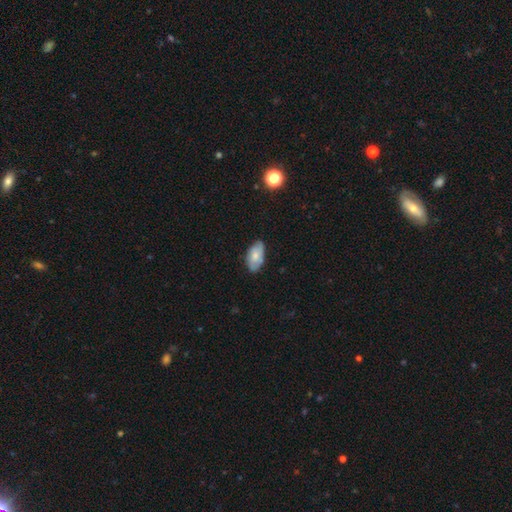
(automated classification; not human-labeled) A smooth galaxy with no disk features (63%) that is in between round and cigar-shaped (94%).

Vote fractions:
- Smooth or featured? smooth: 63% / featured or disk: 30% / star or artifact: 7%
- How rounded? in between: 94% / round: 4% / cigar-shaped: 2%
- Merging? none: 71% / minor disturbance: 24% / major disturbance: 4% / merger: 1%